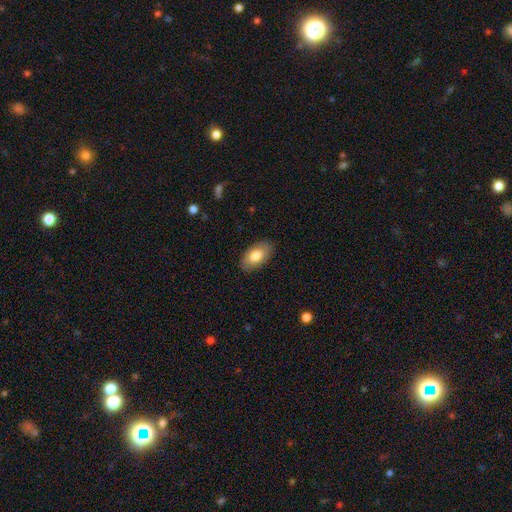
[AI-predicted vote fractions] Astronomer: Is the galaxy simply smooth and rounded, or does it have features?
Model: smooth — 78%.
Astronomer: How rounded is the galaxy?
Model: in between — 94%.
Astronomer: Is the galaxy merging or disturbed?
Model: none — 86%.